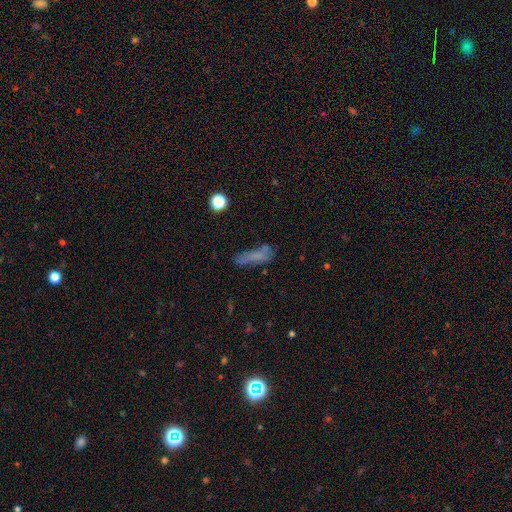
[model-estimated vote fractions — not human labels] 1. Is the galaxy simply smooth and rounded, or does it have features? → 59% smooth, 25% featured or disk, 16% star or artifact.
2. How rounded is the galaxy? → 65% cigar-shaped, 32% in between, 4% round.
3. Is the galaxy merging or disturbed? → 51% none, 24% minor disturbance, 16% major disturbance, 10% merger.